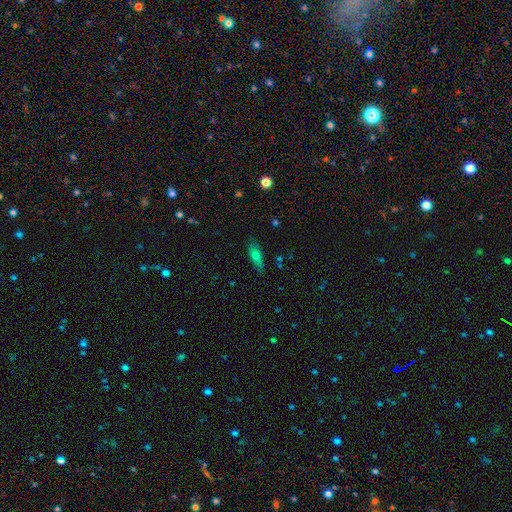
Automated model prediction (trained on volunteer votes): This appears to be a smooth galaxy with no disk features (66%) that is in between round and cigar-shaped (60%). Merging: none (81%).